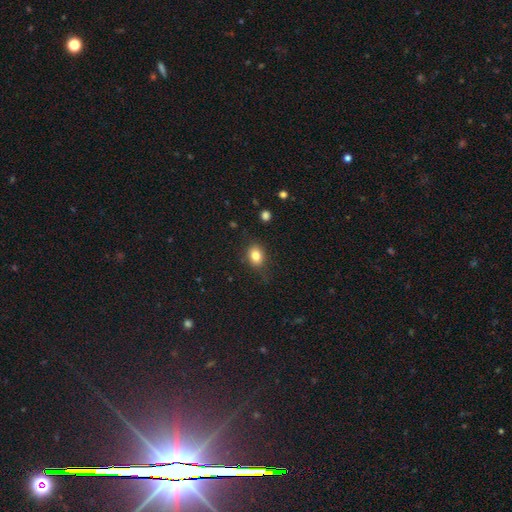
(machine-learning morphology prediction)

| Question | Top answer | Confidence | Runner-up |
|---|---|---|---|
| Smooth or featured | smooth | 83% | star or artifact (10%) |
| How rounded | in between | 61% | round (37%) |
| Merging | none | 80% | minor disturbance (14%) |